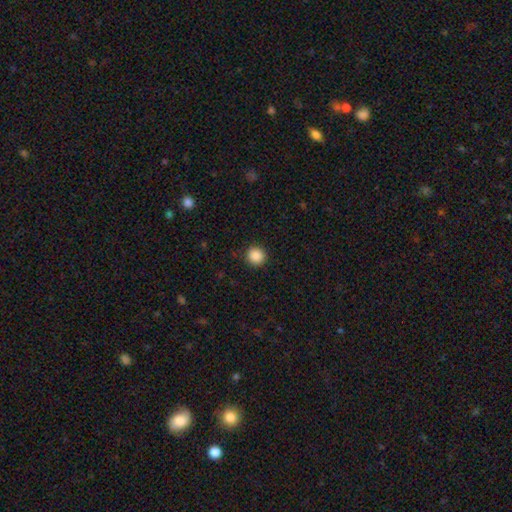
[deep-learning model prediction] smooth-or-featured: smooth: 88% | star or artifact: 10% | featured or disk: 3%
  how-rounded: round: 94% | in between: 5% | cigar-shaped: 1%
  merging: none: 92% | minor disturbance: 5% | major disturbance: 2% | merger: 1%